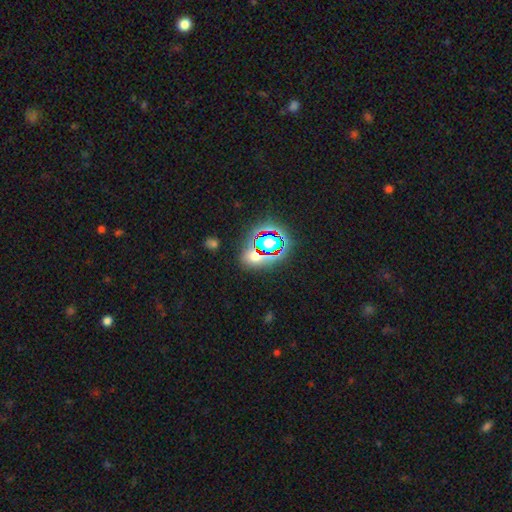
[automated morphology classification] type=star or artifact (52%).